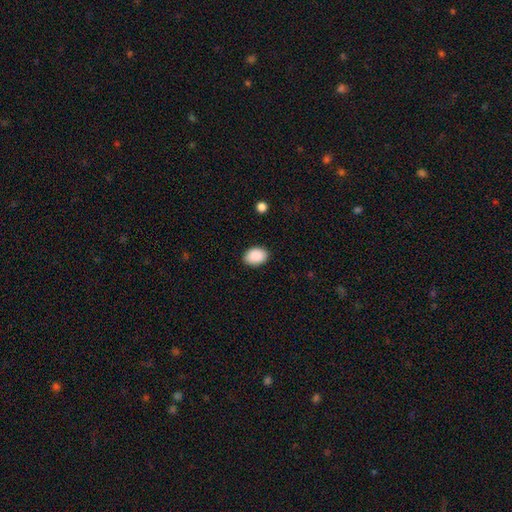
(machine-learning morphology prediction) A smooth galaxy with no disk features (90%) that is in between round and cigar-shaped (81%). Merging: none (87%).